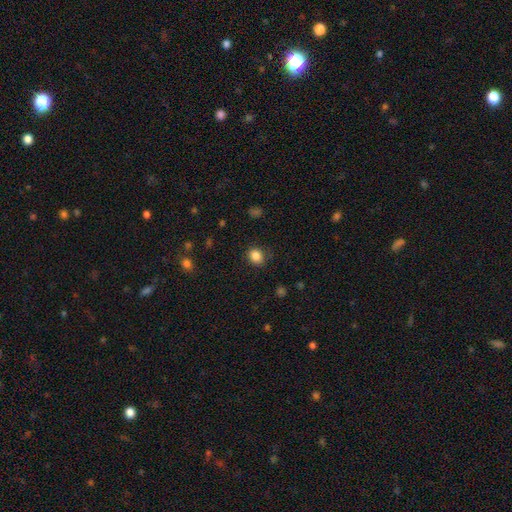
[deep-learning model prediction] Smooth or featured? smooth (85%)
How rounded? round (64%)
Merging? none (84%)